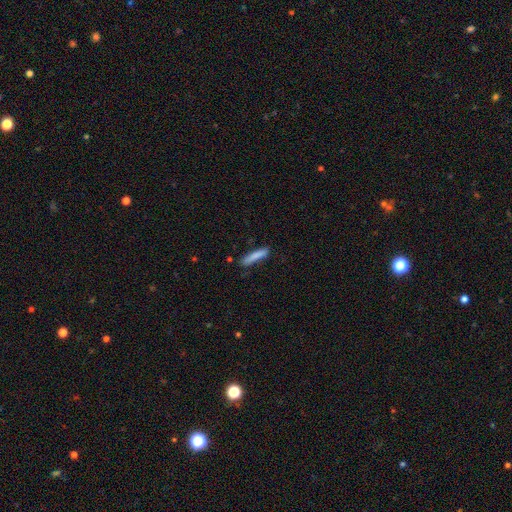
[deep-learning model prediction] smooth_or_featured: smooth (p=0.82) [alt: featured or disk p=0.12]
how_rounded: cigar-shaped (p=0.90) [alt: in between p=0.08]
merging: none (p=0.81) [alt: minor disturbance p=0.14]